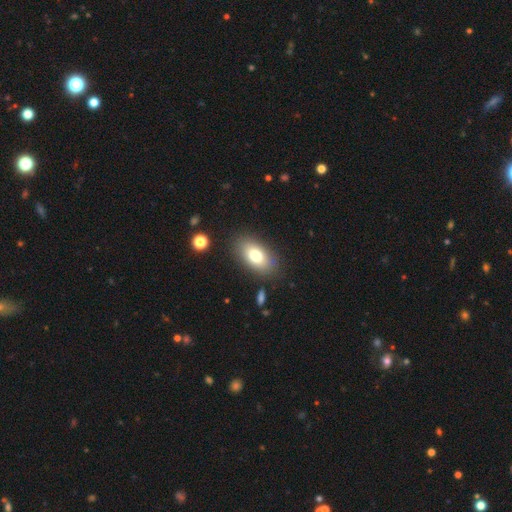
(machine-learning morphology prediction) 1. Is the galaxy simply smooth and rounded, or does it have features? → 77% smooth, 15% featured or disk, 8% star or artifact.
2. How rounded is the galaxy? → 91% in between, 6% round, 3% cigar-shaped.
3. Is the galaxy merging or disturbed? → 84% none, 10% minor disturbance, 3% major disturbance, 2% merger.